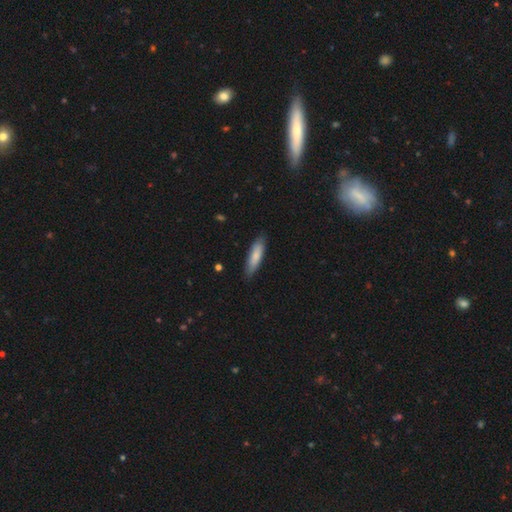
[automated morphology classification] Overall: smooth (79%). How rounded: cigar-shaped (65%; in between 34%). Merging: none (83%).